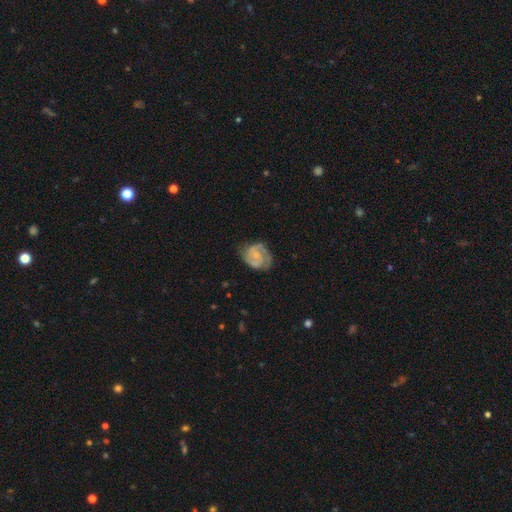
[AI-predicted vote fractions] Overall: featured or disk (76%). Edge-on disk: no (98%). Bar: no (52%; weak 40%). Spiral arms: yes (94%). Spiral arm count: 2 (78%). Spiral winding: medium (45%; tight 42%). Bulge size: small (54%; none 22%). Merging: none (65%).